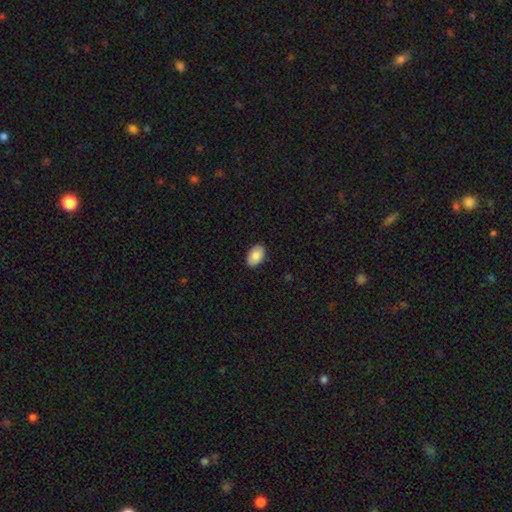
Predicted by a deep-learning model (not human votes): smooth_or_featured: smooth (p=0.85) [alt: featured or disk p=0.09]
how_rounded: in between (p=0.92) [alt: round p=0.07]
merging: none (p=0.90) [alt: minor disturbance p=0.08]